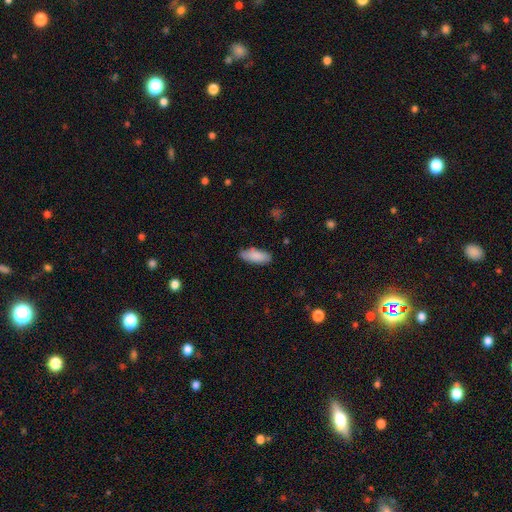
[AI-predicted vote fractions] Q: Smooth or featured?
A: smooth (87%); runner-up: featured or disk (6%)
Q: How rounded?
A: in between (79%); runner-up: cigar-shaped (19%)
Q: Merging?
A: none (82%); runner-up: minor disturbance (14%)